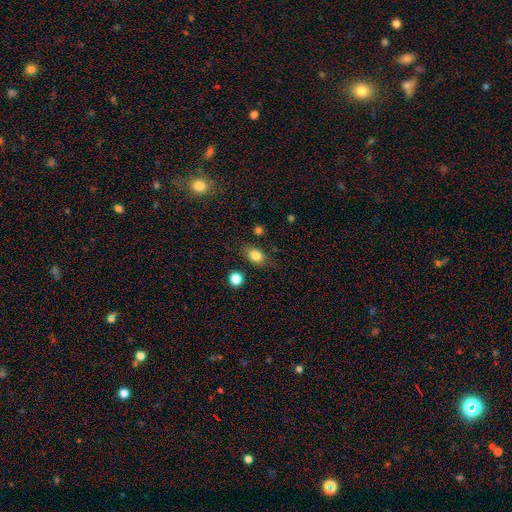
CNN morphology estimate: Smooth or featured? Predicted: smooth (p=0.82). How rounded? Predicted: in between (p=0.65). Merging? Predicted: none (p=0.78).